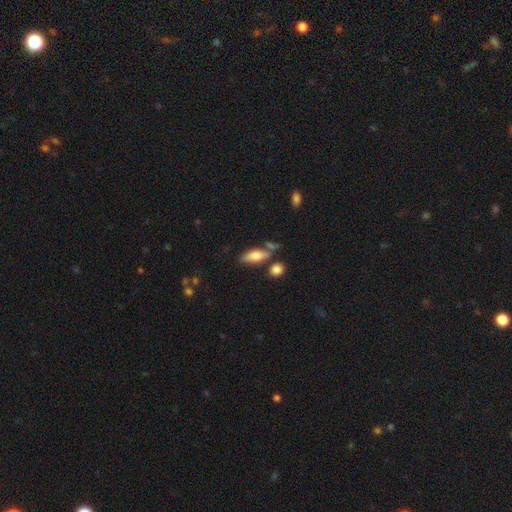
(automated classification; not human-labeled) A smooth galaxy with no disk features (70%) that is in between round and cigar-shaped (65%). Merging: none (67%).